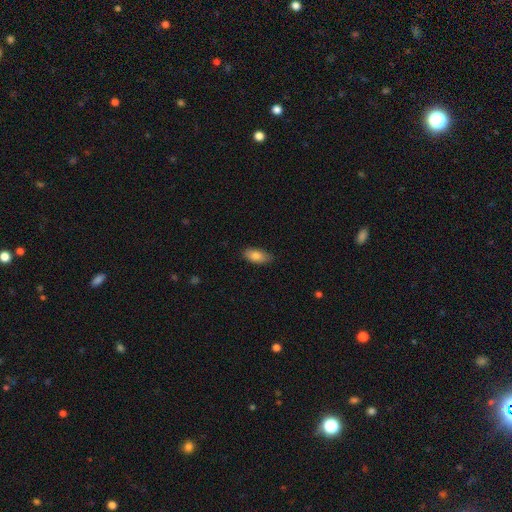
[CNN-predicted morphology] smooth-or-featured: smooth: 82% | featured or disk: 11% | star or artifact: 7%
  how-rounded: in between: 89% | cigar-shaped: 9% | round: 3%
  merging: none: 82% | minor disturbance: 14% | major disturbance: 2% | merger: 1%